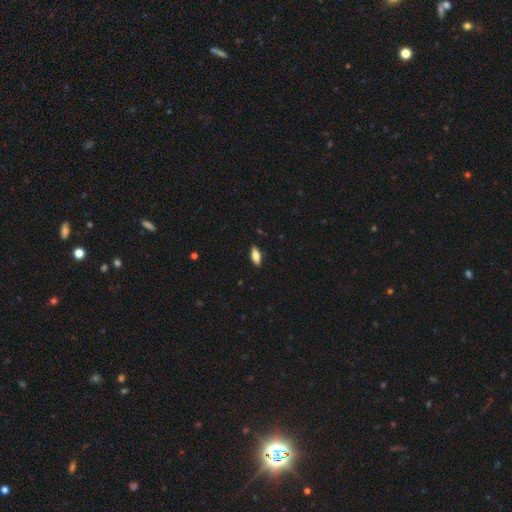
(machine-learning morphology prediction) type=smooth (68%); roundness=in between (76%); merging=none (89%).